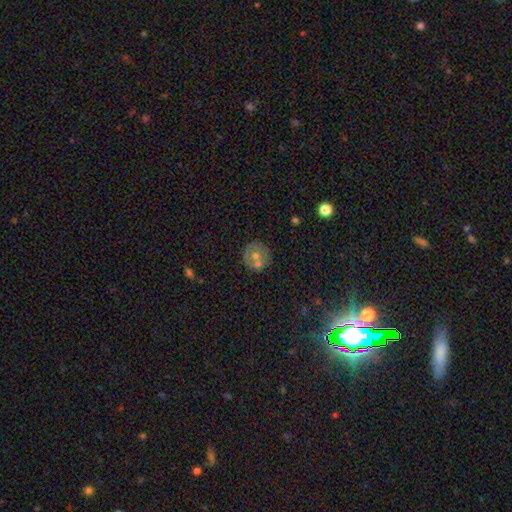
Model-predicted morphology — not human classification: A smooth galaxy with no disk features (54%) that is round (89%). Merging: none (63%).